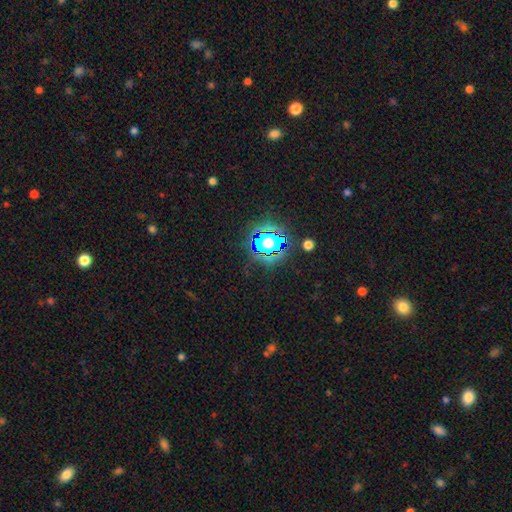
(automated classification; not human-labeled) This appears to be a star or artifact, not a galaxy (81%).